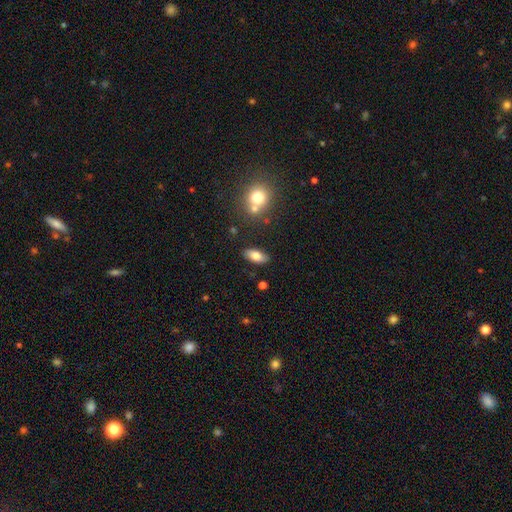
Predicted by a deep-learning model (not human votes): This is likely a smooth galaxy (77%). How rounded: clearly in between (86%). Merging: clearly none (84%).